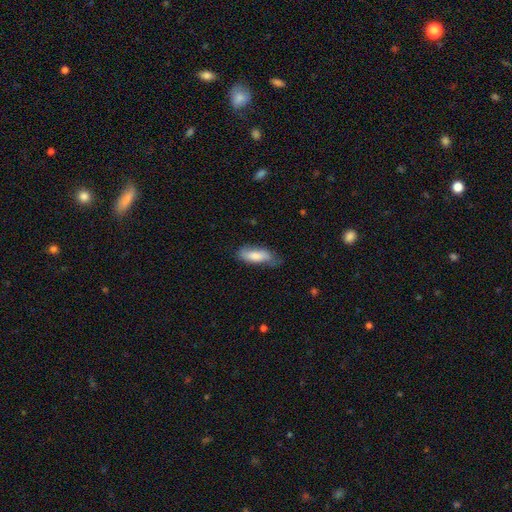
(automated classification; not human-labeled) Smooth or featured? smooth (76%)
How rounded? in between (69%)
Merging? none (54%)